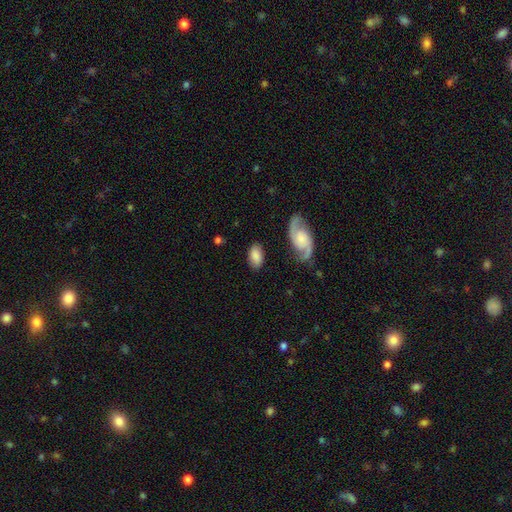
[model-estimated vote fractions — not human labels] smooth 70%, featured or disk 23%, star or artifact 7%. Down the decision tree: how rounded — in between (92%); merging — none (76%).